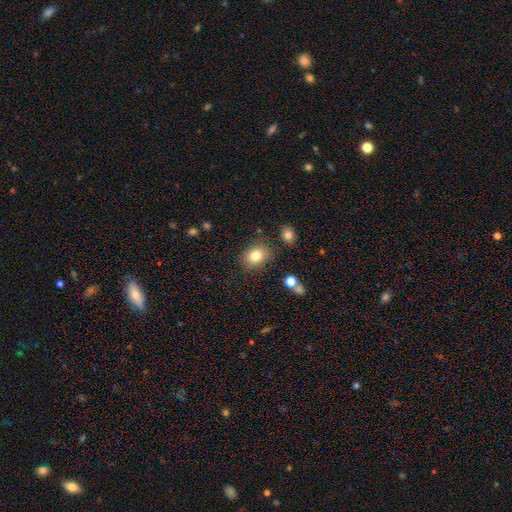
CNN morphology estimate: This is clearly a smooth galaxy (81%). How rounded: possibly in between (53%). Merging: likely none (80%).